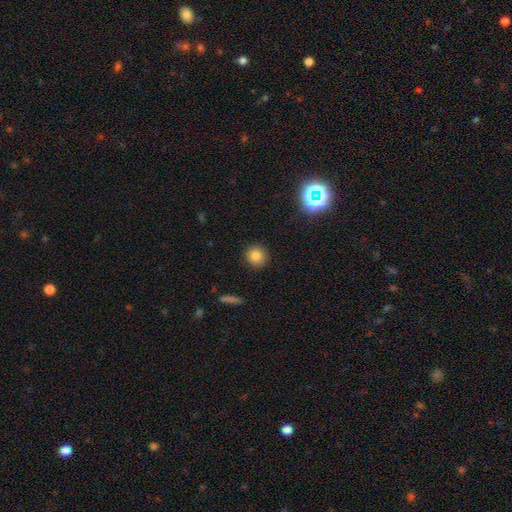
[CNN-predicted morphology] A smooth galaxy with no disk features (82%) that is round (93%). Merging: none (91%).